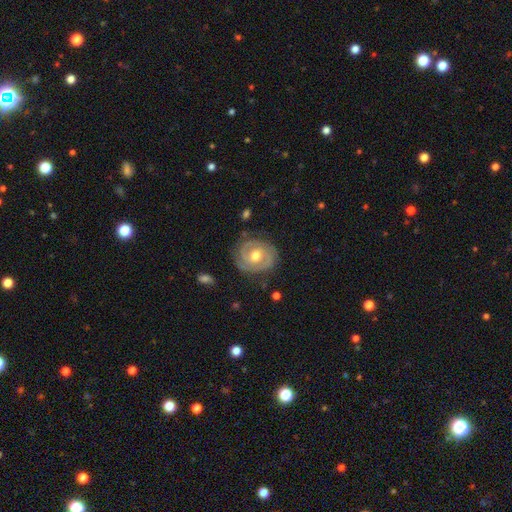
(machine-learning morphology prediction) A featured or disk galaxy (84%) with no bar (65%), 2 (71%) tight (68%) spiral arms (93%) and a moderate central bulge (78%).

Vote fractions:
- Smooth or featured? featured or disk: 84% / smooth: 11% / star or artifact: 5%
- Edge-on disk? no: 98% / yes: 2%
- Bar? no: 65% / weak: 28% / strong: 7%
- Spiral arms? yes: 93% / no: 7%
- Spiral winding? tight: 68% / medium: 26% / loose: 6%
- Spiral arm count? 2: 71% / can't tell: 11% / 3: 10% / 1: 3% / 4: 2% / more than 4: 2%
- Bulge size? moderate: 78% / small: 15% / large: 5% / none: 1% / dominant: 1%
- Merging? none: 80% / minor disturbance: 14% / major disturbance: 5% / merger: 1%